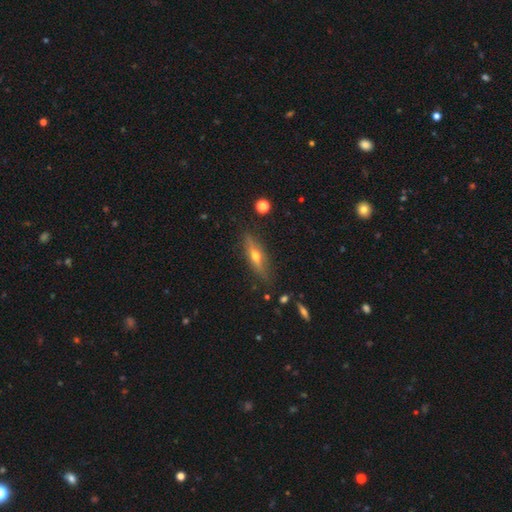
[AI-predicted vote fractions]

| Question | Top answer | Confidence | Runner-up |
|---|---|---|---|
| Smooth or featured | featured or disk | 59% | smooth (33%) |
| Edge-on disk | yes | 90% | no (10%) |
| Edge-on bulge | rounded | 92% | none (5%) |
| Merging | none | 83% | minor disturbance (12%) |